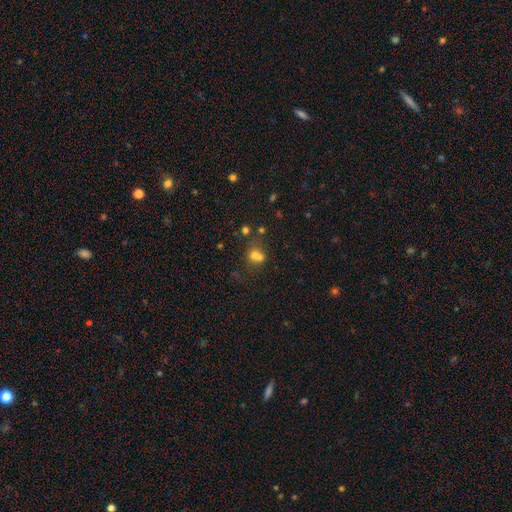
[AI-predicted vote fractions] The model was most divided on "merging": merger: 54%, none: 33%, minor disturbance: 8%, major disturbance: 5%. More confident: how rounded — round (73%); smooth or featured — smooth (65%).